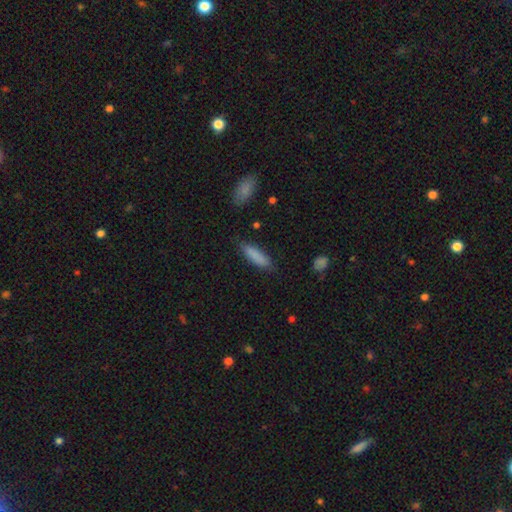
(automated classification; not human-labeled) A smooth galaxy with no disk features (85%) that is cigar-shaped (62%).

Vote fractions:
- Smooth or featured? smooth: 85% / featured or disk: 8% / star or artifact: 7%
- How rounded? cigar-shaped: 62% / in between: 36% / round: 2%
- Merging? none: 80% / minor disturbance: 15% / major disturbance: 3% / merger: 2%